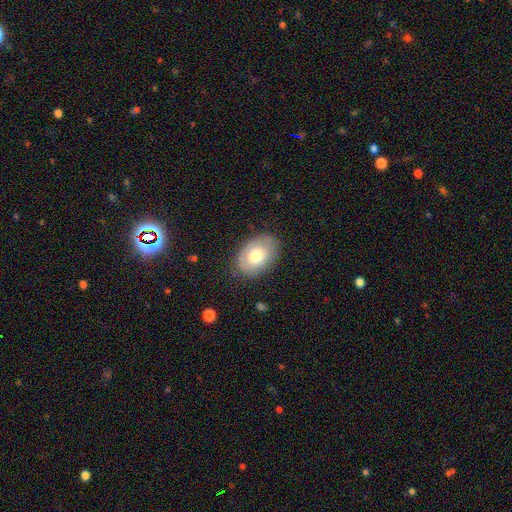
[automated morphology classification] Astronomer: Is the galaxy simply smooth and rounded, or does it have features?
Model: smooth — 70%.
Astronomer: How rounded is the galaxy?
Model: in between — 86%.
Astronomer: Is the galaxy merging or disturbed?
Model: none — 79%.